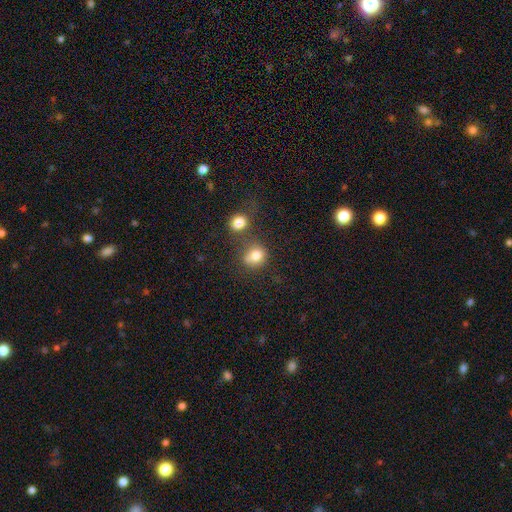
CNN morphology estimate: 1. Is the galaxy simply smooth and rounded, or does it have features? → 79% smooth, 11% star or artifact, 10% featured or disk.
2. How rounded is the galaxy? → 75% round, 23% in between, 1% cigar-shaped.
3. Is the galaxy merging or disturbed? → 47% none, 29% merger, 16% minor disturbance, 8% major disturbance.